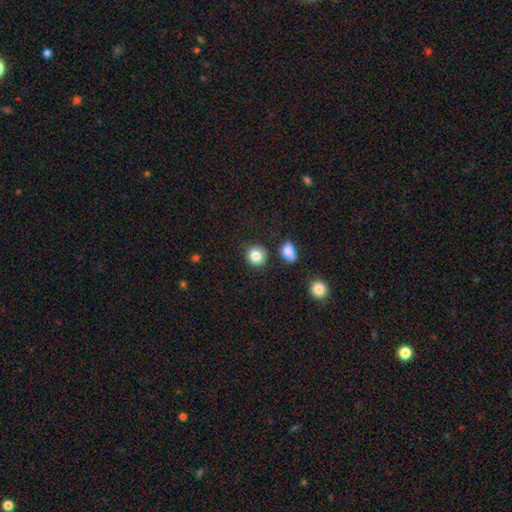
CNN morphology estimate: This appears to be a smooth galaxy with no disk features (85%) that is round (87%). Merging: none (83%).